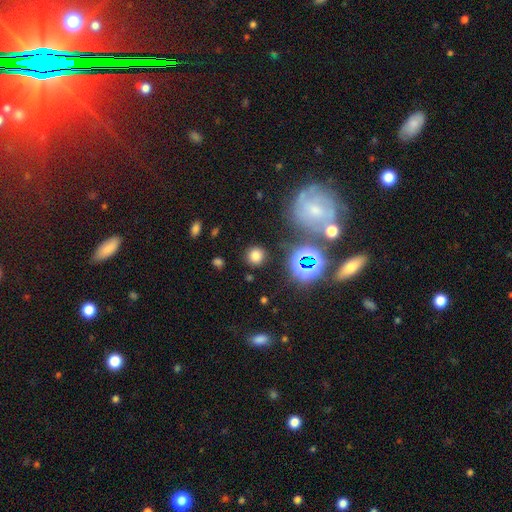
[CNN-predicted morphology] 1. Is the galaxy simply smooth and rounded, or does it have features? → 71% smooth, 22% star or artifact, 7% featured or disk.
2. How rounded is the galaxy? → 90% round, 9% in between, 1% cigar-shaped.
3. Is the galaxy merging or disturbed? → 86% none, 8% minor disturbance, 3% major disturbance, 3% merger.